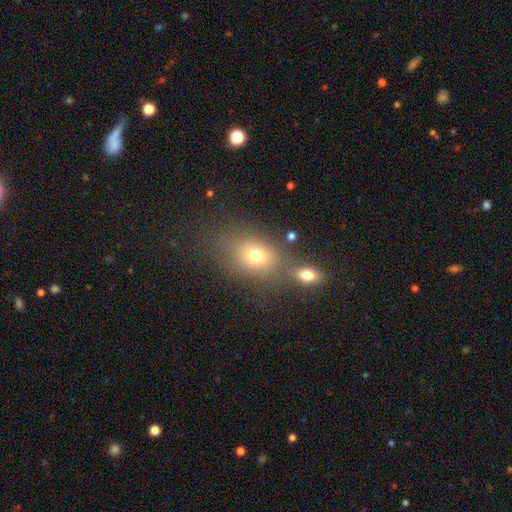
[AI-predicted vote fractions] Smooth or featured?
  - smooth: 72% *
  - star or artifact: 14%
  - featured or disk: 14%
How rounded?
  - in between: 63% *
  - round: 36%
  - cigar-shaped: 1%
Merging?
  - none: 53% *
  - merger: 27%
  - minor disturbance: 13%
  - major disturbance: 7%